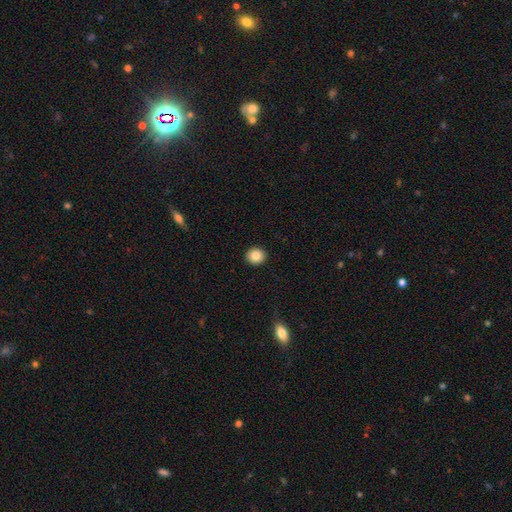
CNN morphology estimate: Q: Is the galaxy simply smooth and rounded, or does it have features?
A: smooth — 85%.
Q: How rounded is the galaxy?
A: round — 88%.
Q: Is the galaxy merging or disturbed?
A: none — 93%.